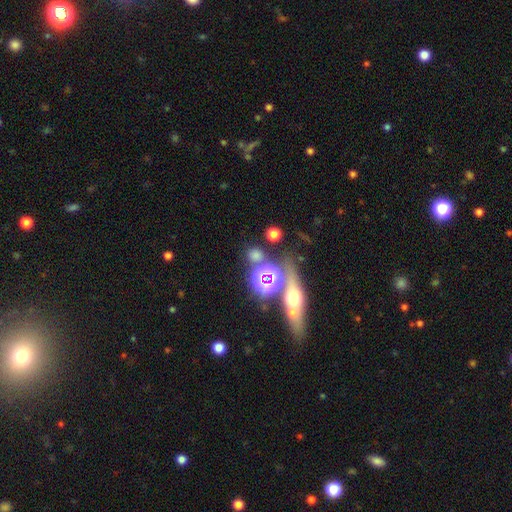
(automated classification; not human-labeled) Smooth or featured?
  - smooth: 57% *
  - star or artifact: 33%
  - featured or disk: 9%
How rounded?
  - round: 74% *
  - in between: 22%
  - cigar-shaped: 4%
Merging?
  - none: 71% *
  - merger: 14%
  - minor disturbance: 10%
  - major disturbance: 6%